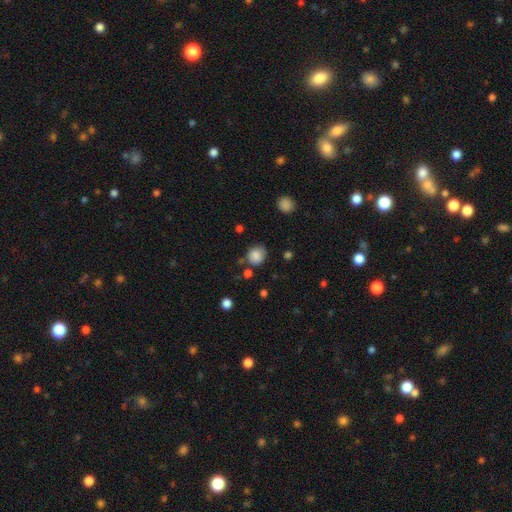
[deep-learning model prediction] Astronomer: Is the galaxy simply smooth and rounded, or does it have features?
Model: smooth — 84%.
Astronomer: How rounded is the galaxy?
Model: round — 78%.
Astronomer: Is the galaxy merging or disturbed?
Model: none — 69%.